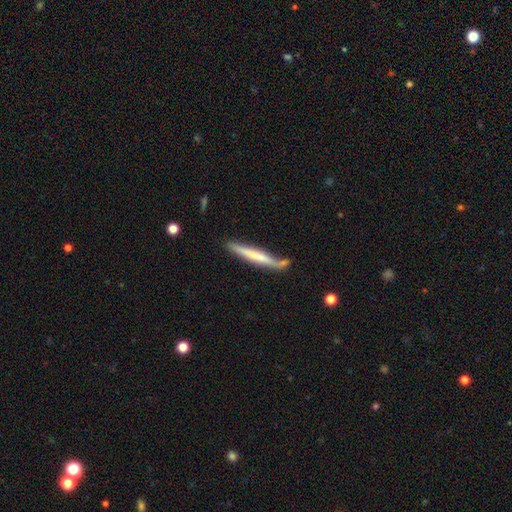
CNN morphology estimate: smooth-or-featured: smooth: 49% | featured or disk: 45% | star or artifact: 6%
  merging: none: 65% | minor disturbance: 21% | merger: 9% | major disturbance: 5%